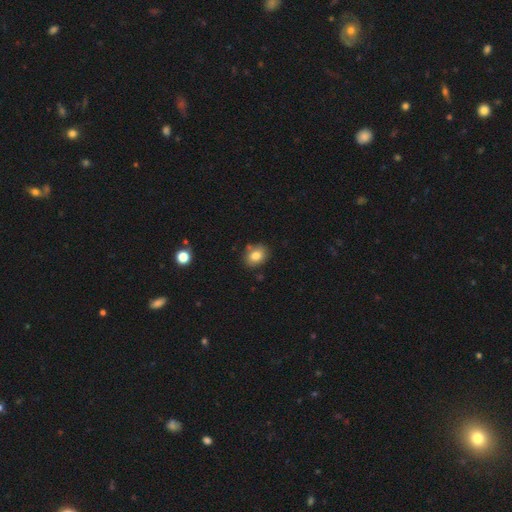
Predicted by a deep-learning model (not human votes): Smooth or featured? Predicted: smooth (p=0.81). How rounded? Predicted: in between (p=0.56). Merging? Predicted: none (p=0.80).